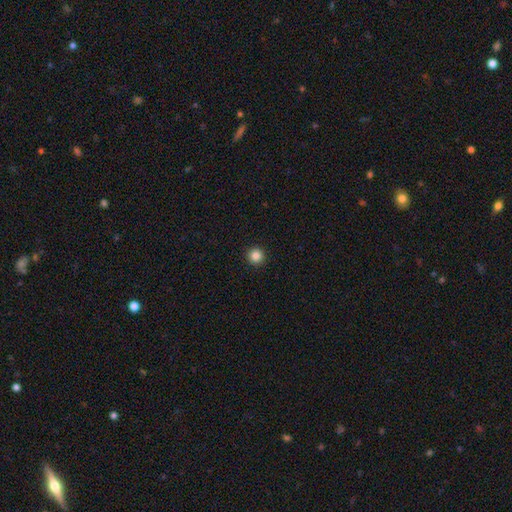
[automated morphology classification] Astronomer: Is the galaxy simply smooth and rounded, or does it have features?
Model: smooth — 85%.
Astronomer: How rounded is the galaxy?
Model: round — 96%.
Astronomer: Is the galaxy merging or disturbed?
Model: none — 94%.